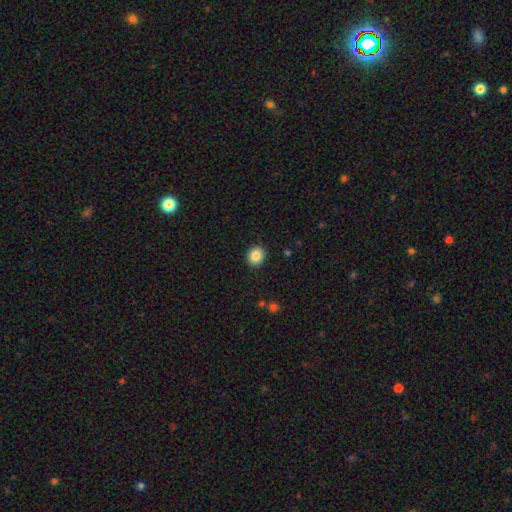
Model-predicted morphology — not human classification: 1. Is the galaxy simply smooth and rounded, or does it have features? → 85% smooth, 9% star or artifact, 5% featured or disk.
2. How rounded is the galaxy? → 80% round, 19% in between, 1% cigar-shaped.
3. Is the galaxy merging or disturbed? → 92% none, 6% minor disturbance, 2% major disturbance, 1% merger.